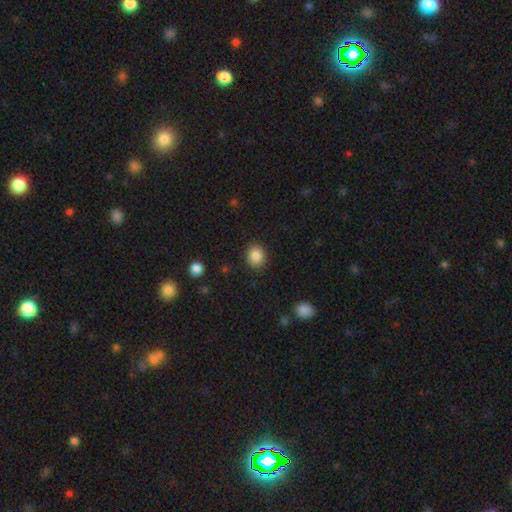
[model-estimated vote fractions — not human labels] smooth 86%, star or artifact 9%, featured or disk 5%. Down the decision tree: how rounded — round (68%); merging — none (89%).